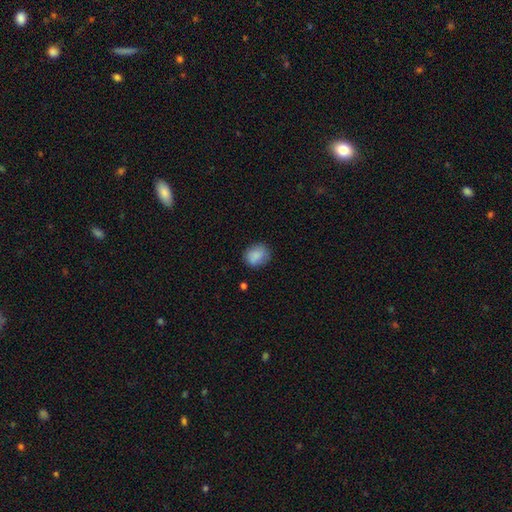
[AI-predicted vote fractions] A smooth galaxy with no disk features (84%) that is round (61%).

Vote fractions:
- Smooth or featured? smooth: 84% / star or artifact: 8% / featured or disk: 8%
- How rounded? round: 61% / in between: 38% / cigar-shaped: 1%
- Merging? none: 76% / minor disturbance: 18% / major disturbance: 4% / merger: 2%